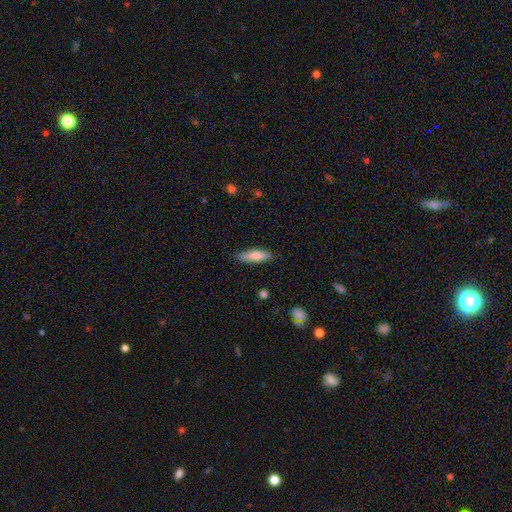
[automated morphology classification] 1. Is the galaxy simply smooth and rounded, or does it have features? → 77% smooth, 17% featured or disk, 6% star or artifact.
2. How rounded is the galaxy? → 55% cigar-shaped, 43% in between, 2% round.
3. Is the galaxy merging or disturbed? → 81% none, 15% minor disturbance, 3% major disturbance, 1% merger.